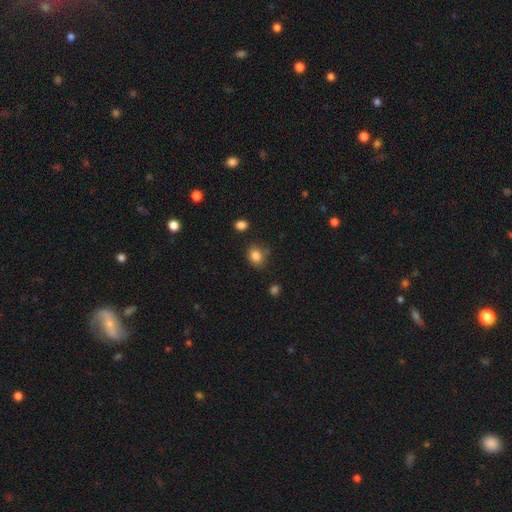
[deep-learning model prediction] smooth 84%, star or artifact 11%, featured or disk 5%. Down the decision tree: how rounded — round (52%); merging — none (76%).